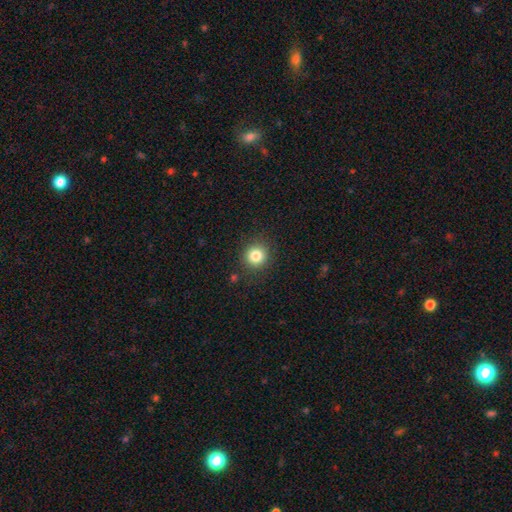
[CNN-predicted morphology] smooth-or-featured: smooth: 83% | star or artifact: 11% | featured or disk: 6%
  how-rounded: round: 91% | in between: 8% | cigar-shaped: 1%
  merging: none: 89% | minor disturbance: 7% | major disturbance: 3% | merger: 1%